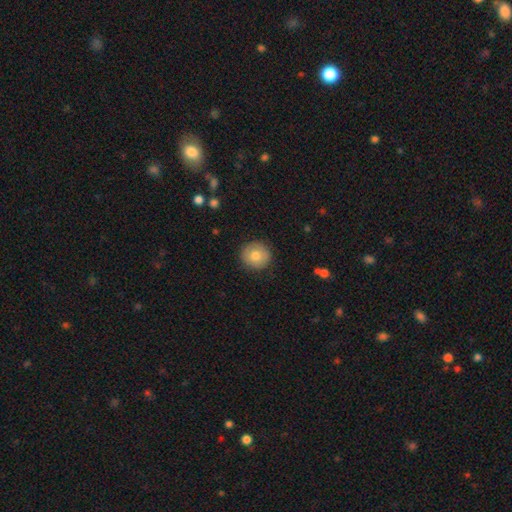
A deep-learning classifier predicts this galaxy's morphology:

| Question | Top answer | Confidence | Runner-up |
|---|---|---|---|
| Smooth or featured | smooth | 78% | featured or disk (14%) |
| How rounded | round | 93% | in between (6%) |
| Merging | none | 89% | minor disturbance (8%) |